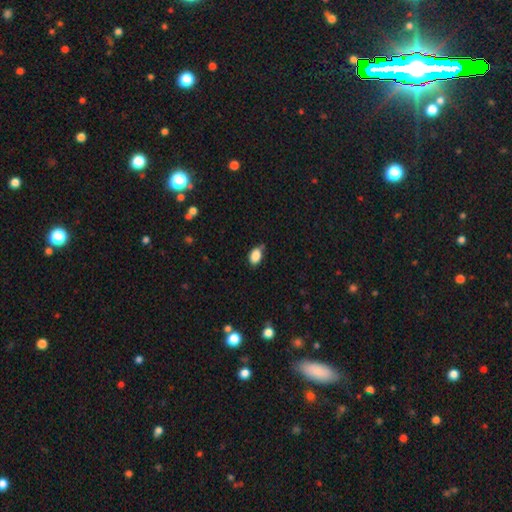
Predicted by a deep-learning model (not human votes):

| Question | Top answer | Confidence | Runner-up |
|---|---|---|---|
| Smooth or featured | smooth | 87% | star or artifact (9%) |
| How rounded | in between | 86% | round (12%) |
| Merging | none | 69% | minor disturbance (23%) |